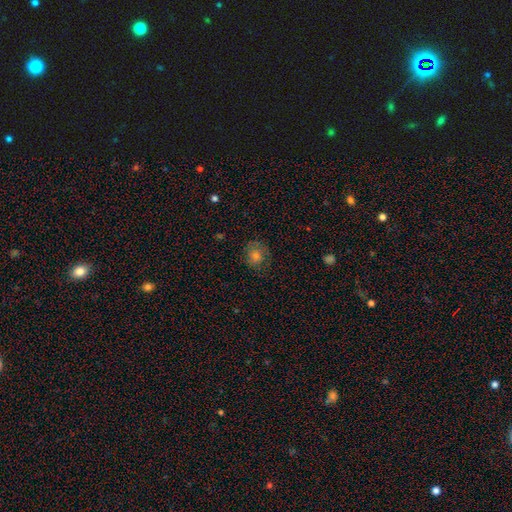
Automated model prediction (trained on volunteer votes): Smooth or featured: smooth — 58% (featured or disk — 25%)
How rounded: round — 79% (in between — 20%)
Merging: none — 75% (minor disturbance — 17%)